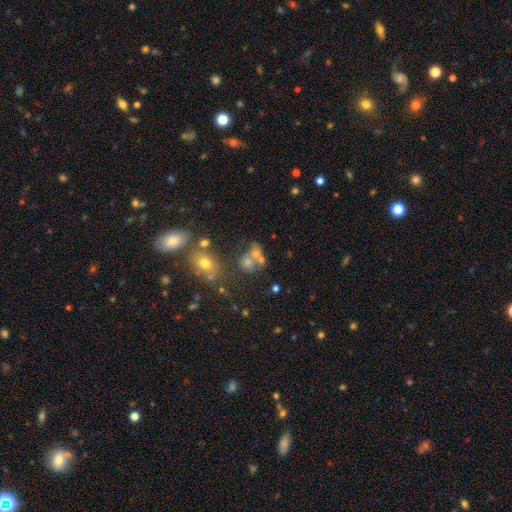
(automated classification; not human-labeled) This is possibly a smooth galaxy (58%). How rounded: possibly round (55%). Merging: possibly merger (47%).